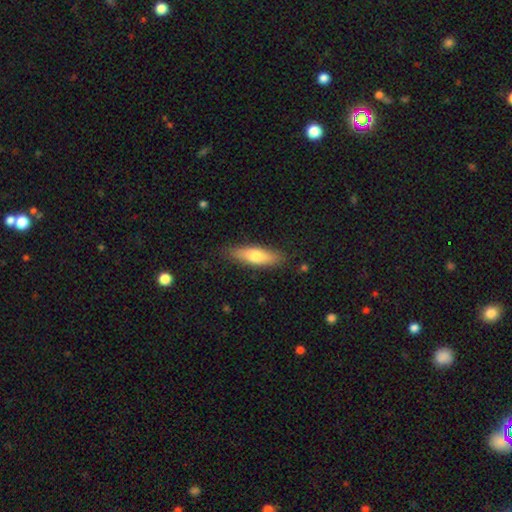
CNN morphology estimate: A smooth galaxy with no disk features (67%) that is cigar-shaped (55%).

Vote fractions:
- Smooth or featured? smooth: 67% / featured or disk: 27% / star or artifact: 6%
- How rounded? cigar-shaped: 55% / in between: 43% / round: 2%
- Merging? none: 85% / minor disturbance: 11% / major disturbance: 2% / merger: 1%